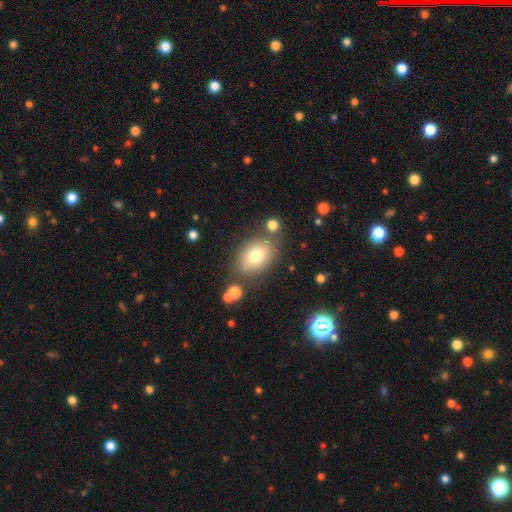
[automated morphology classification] Overall: smooth (75%). How rounded: in between (69%; round 30%). Merging: none (73%).